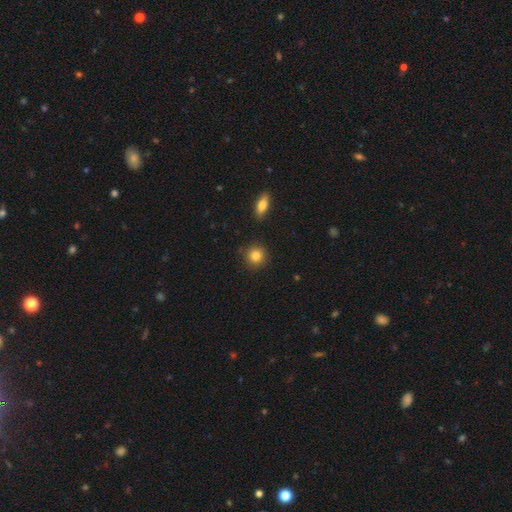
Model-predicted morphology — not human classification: smooth_or_featured: smooth (p=0.84) [alt: star or artifact p=0.09]
how_rounded: round (p=0.90) [alt: in between p=0.09]
merging: none (p=0.88) [alt: minor disturbance p=0.08]